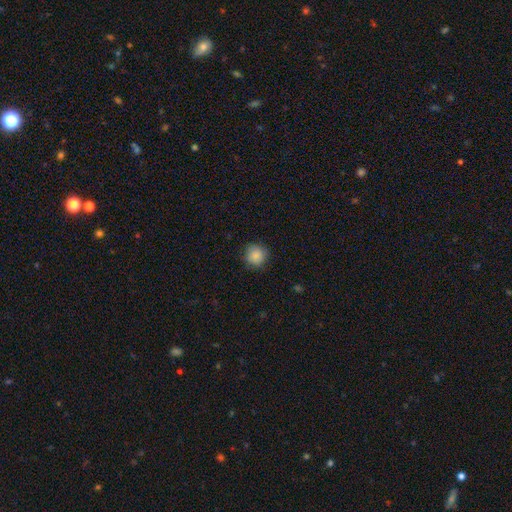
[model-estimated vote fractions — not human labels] Smooth or featured?
  - smooth: 88% *
  - star or artifact: 9%
  - featured or disk: 4%
How rounded?
  - round: 92% *
  - in between: 7%
  - cigar-shaped: 1%
Merging?
  - none: 86% *
  - minor disturbance: 11%
  - major disturbance: 3%
  - merger: 1%